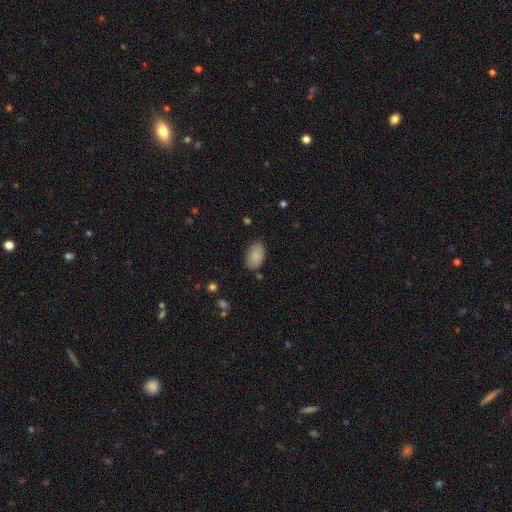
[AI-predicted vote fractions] A smooth galaxy with no disk features (86%) that is in between round and cigar-shaped (92%). Merging: none (80%).